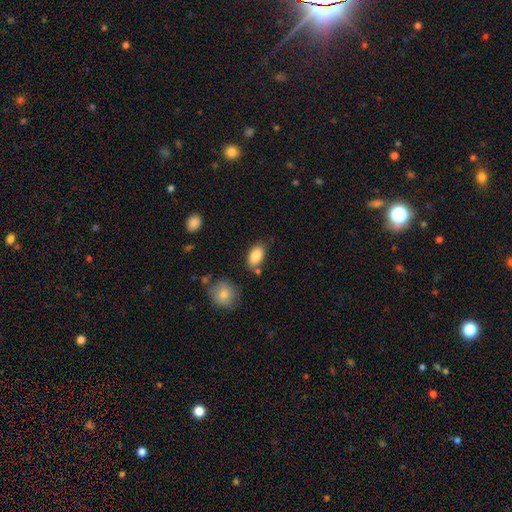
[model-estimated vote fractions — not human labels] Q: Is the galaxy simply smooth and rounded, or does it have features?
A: smooth — 87%.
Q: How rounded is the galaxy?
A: in between — 91%.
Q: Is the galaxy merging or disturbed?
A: none — 74%.